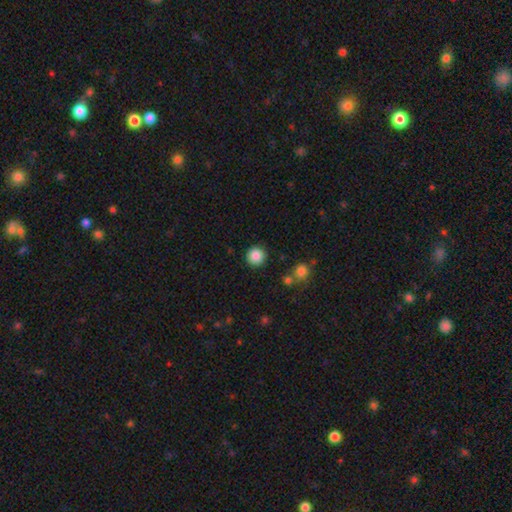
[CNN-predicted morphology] A smooth galaxy with no disk features (87%) that is round (95%).

Vote fractions:
- Smooth or featured? smooth: 87% / star or artifact: 9% / featured or disk: 3%
- How rounded? round: 95% / in between: 4% / cigar-shaped: 1%
- Merging? none: 91% / minor disturbance: 5% / major disturbance: 2% / merger: 2%